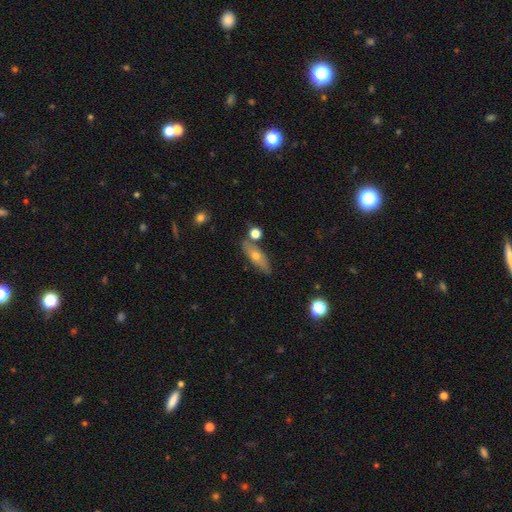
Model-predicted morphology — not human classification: A smooth galaxy with no disk features (52%) that is cigar-shaped (49%).

Vote fractions:
- Smooth or featured? smooth: 52% / featured or disk: 40% / star or artifact: 9%
- How rounded? cigar-shaped: 49% / in between: 47% / round: 5%
- Merging? none: 76% / minor disturbance: 14% / merger: 7% / major disturbance: 3%